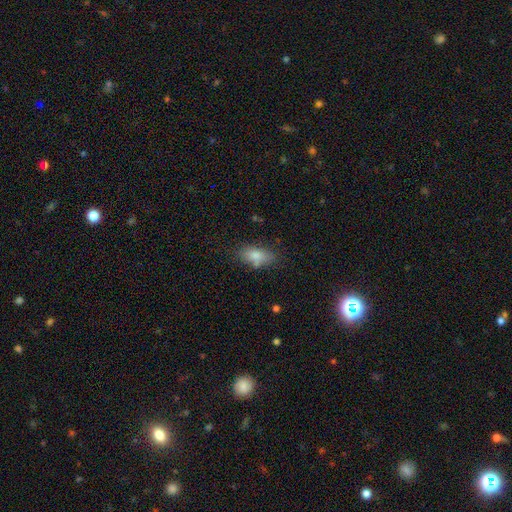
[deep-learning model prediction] Smooth or featured: smooth — 76% (featured or disk — 13%)
How rounded: in between — 82% (cigar-shaped — 13%)
Merging: none — 72% (minor disturbance — 17%)